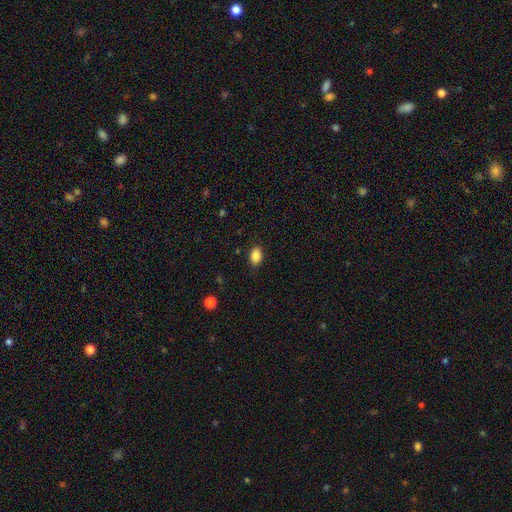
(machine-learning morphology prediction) Smooth or featured: smooth — 87% (star or artifact — 8%)
How rounded: in between — 85% (round — 14%)
Merging: none — 88% (minor disturbance — 9%)